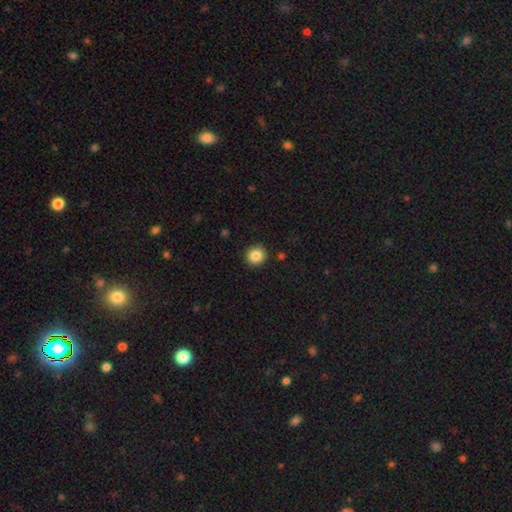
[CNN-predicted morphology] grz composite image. It shows a smooth galaxy with no disk features (85%) that is round (92%). Merging: none (92%).